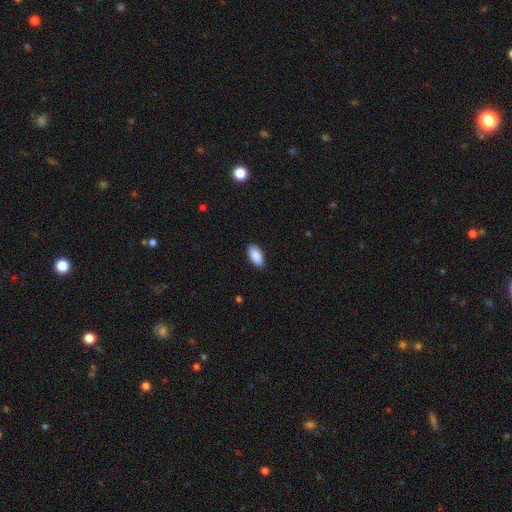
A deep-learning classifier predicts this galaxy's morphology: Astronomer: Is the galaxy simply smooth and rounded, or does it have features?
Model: smooth — 90%.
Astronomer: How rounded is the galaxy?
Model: in between — 94%.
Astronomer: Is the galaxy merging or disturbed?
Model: none — 89%.